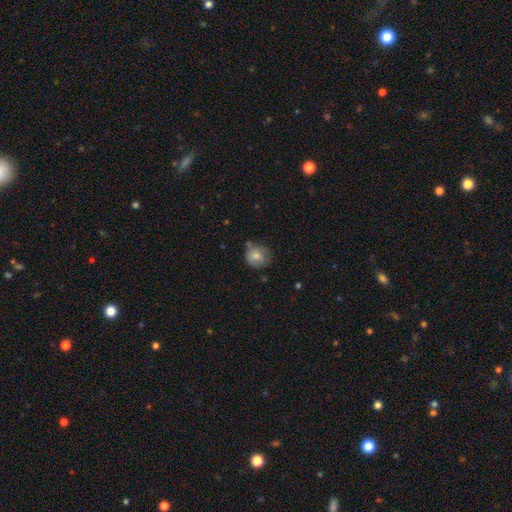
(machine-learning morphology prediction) Smooth or featured: smooth — 73% (featured or disk — 19%)
How rounded: round — 82% (in between — 17%)
Merging: none — 60% (minor disturbance — 28%)